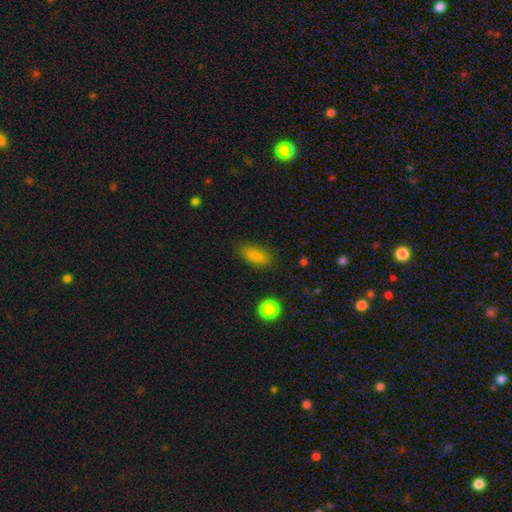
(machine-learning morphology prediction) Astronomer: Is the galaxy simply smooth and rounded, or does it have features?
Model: smooth — 86%.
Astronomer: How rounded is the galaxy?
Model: in between — 82%.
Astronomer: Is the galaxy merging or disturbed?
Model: none — 82%.